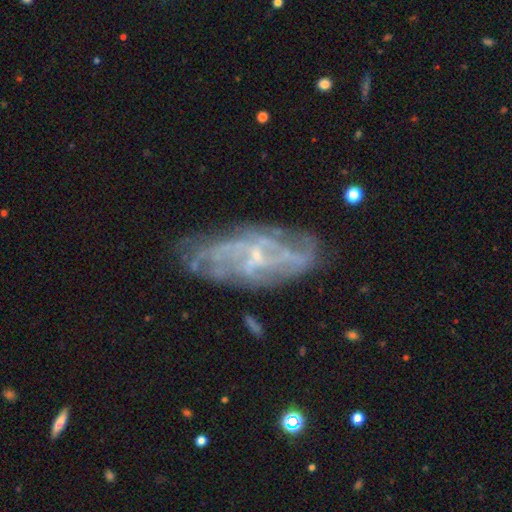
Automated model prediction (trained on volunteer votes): Smooth or featured? Predicted: featured or disk (p=0.77). Edge-on disk? Predicted: no (p=0.89). Bar? Predicted: no (p=0.46). Spiral arms? Predicted: yes (p=0.72). Bulge size? Predicted: small (p=0.69). Merging? Predicted: none (p=0.65).